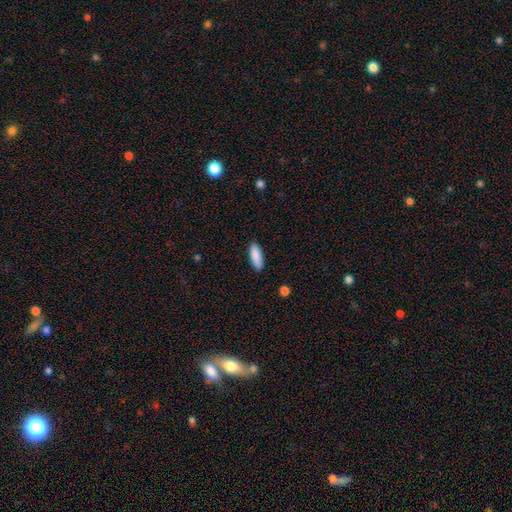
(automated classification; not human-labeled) Q: Smooth or featured?
A: smooth (88%); runner-up: star or artifact (6%)
Q: How rounded?
A: in between (59%); runner-up: cigar-shaped (39%)
Q: Merging?
A: none (87%); runner-up: minor disturbance (10%)